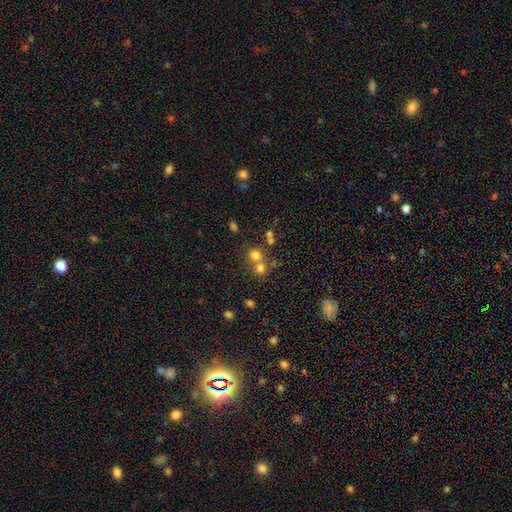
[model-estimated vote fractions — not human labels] Smooth or featured?
  - smooth: 71% *
  - star or artifact: 18%
  - featured or disk: 11%
How rounded?
  - round: 87% *
  - in between: 12%
  - cigar-shaped: 1%
Merging?
  - none: 48% *
  - merger: 43%
  - minor disturbance: 6%
  - major disturbance: 3%